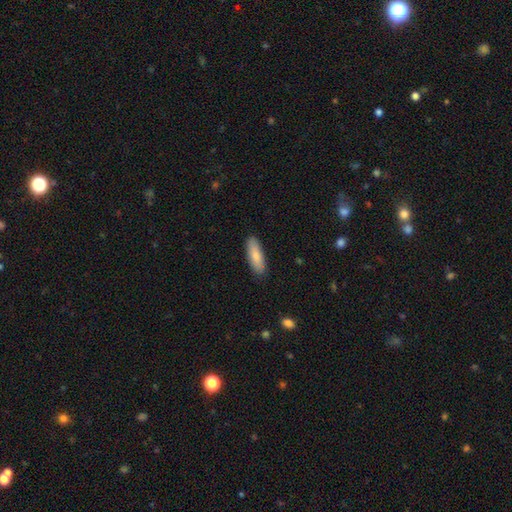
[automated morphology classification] Smooth or featured?
  - smooth: 84% *
  - featured or disk: 10%
  - star or artifact: 6%
How rounded?
  - in between: 55% *
  - cigar-shaped: 43%
  - round: 2%
Merging?
  - none: 87% *
  - minor disturbance: 10%
  - major disturbance: 2%
  - merger: 1%